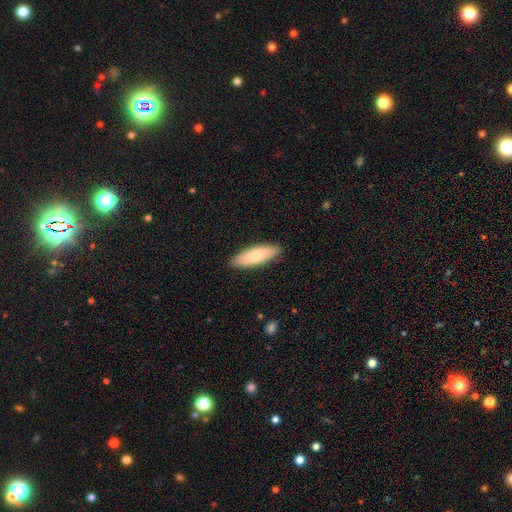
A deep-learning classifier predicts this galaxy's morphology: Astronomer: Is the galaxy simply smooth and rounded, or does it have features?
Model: smooth — 78%.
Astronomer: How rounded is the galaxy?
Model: in between — 60% (runner-up: cigar-shaped, 38%).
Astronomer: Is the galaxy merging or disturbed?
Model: none — 88%.